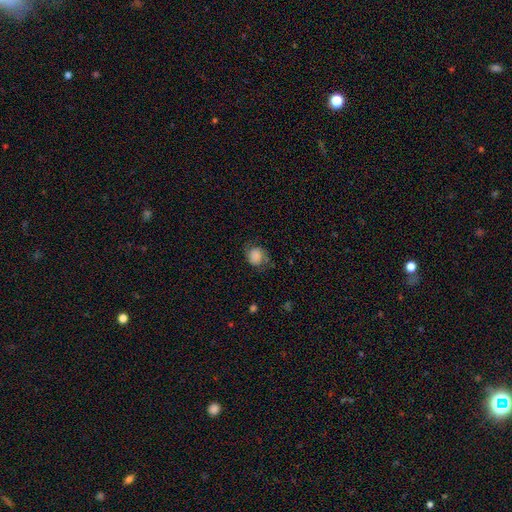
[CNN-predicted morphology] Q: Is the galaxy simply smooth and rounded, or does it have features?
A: smooth — 66%.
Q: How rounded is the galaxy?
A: round — 64%.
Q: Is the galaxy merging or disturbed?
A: none — 62%.